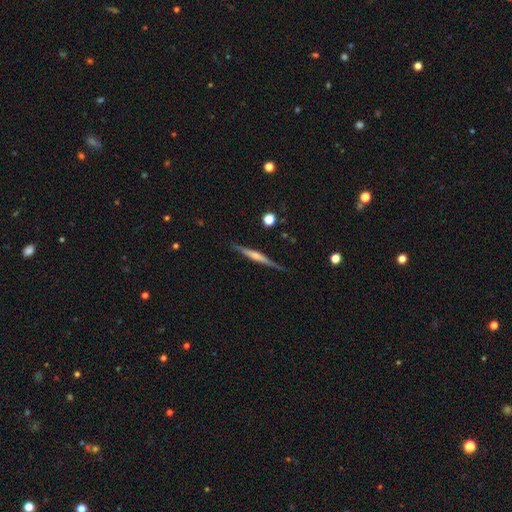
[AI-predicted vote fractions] Smooth or featured: featured or disk — 66% (smooth — 28%)
Edge-on disk: yes — 97% (no — 3%)
Edge-on bulge: rounded — 61% (none — 27%)
Merging: none — 84% (minor disturbance — 12%)